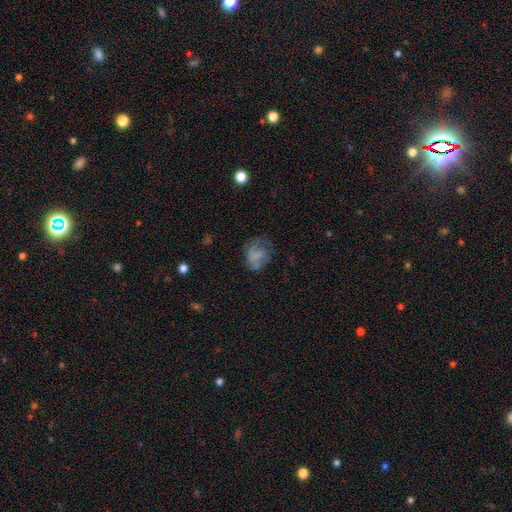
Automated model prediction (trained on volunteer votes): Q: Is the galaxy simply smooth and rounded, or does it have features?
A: smooth — 49%.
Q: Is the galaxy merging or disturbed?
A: none — 42%.